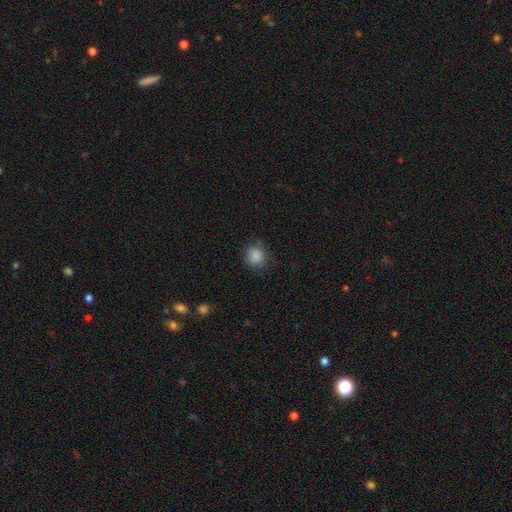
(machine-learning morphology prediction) smooth 87%, star or artifact 9%, featured or disk 3%. Down the decision tree: how rounded — round (86%); merging — none (82%).